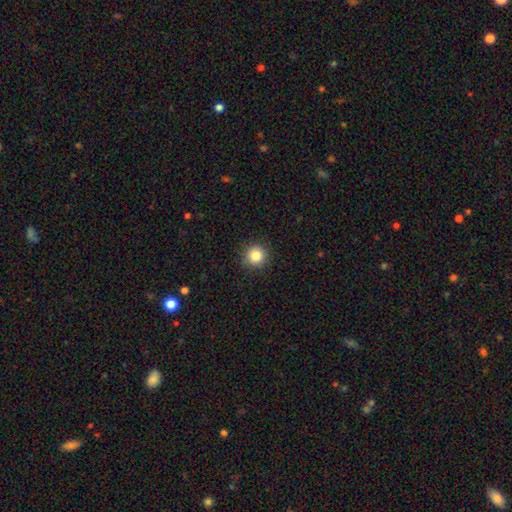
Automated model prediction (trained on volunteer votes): Q: Smooth or featured?
A: smooth (84%); runner-up: star or artifact (11%)
Q: How rounded?
A: round (94%); runner-up: in between (5%)
Q: Merging?
A: none (90%); runner-up: minor disturbance (7%)